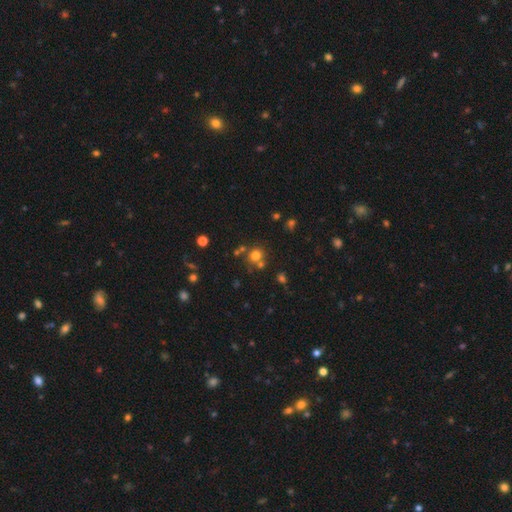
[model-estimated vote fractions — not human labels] Smooth or featured: smooth — 70% (star or artifact — 21%)
How rounded: round — 88% (in between — 11%)
Merging: none — 66% (merger — 21%)